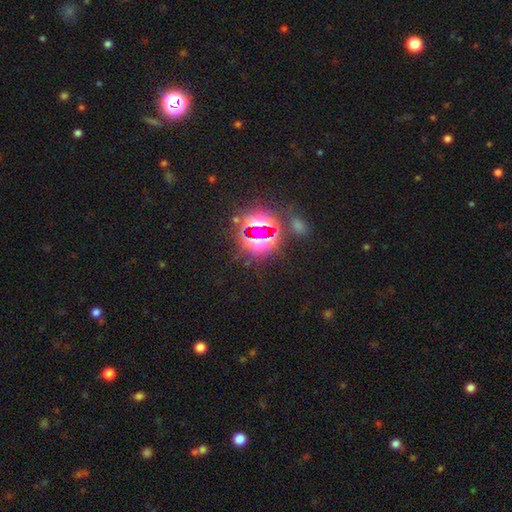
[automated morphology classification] Q: Smooth or featured?
A: star or artifact (76%); runner-up: smooth (15%)